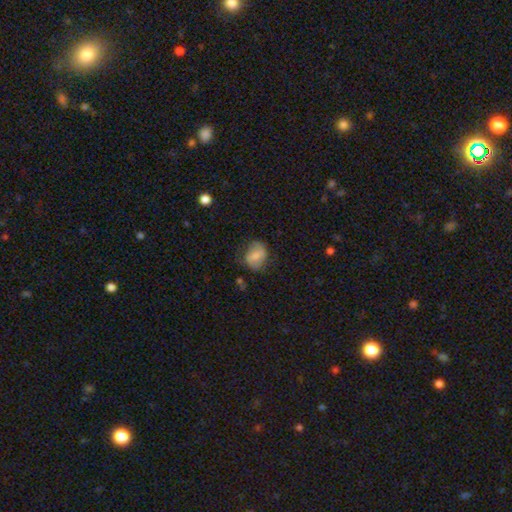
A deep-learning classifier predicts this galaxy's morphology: This is likely a smooth galaxy (63%). How rounded: likely in between (60%). Merging: likely none (62%).